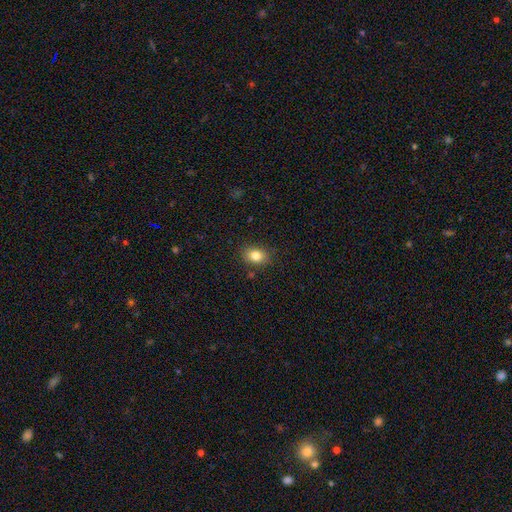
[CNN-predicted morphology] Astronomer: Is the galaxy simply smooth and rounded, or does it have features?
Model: smooth — 82%.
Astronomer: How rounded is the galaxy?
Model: in between — 70%.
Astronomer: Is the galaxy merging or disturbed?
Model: none — 85%.